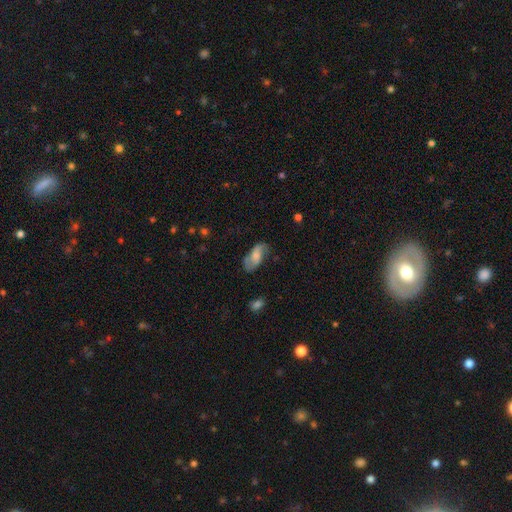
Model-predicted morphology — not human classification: Smooth or featured?
  - smooth: 49% *
  - featured or disk: 44%
  - star or artifact: 8%
Merging?
  - none: 58% *
  - minor disturbance: 27%
  - major disturbance: 13%
  - merger: 3%